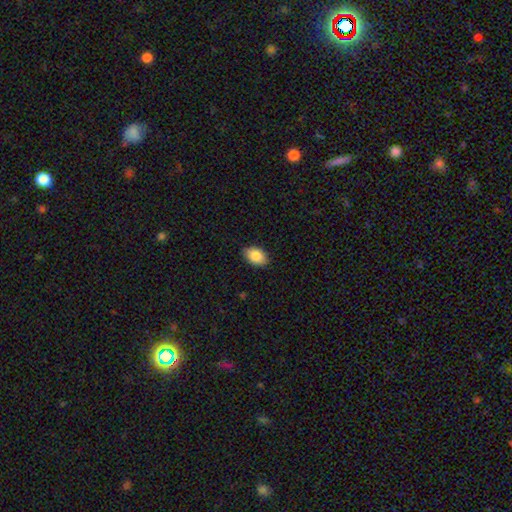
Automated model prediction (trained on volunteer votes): smooth_or_featured: smooth (p=0.86) [alt: featured or disk p=0.07]
how_rounded: in between (p=0.88) [alt: round p=0.11]
merging: none (p=0.87) [alt: minor disturbance p=0.10]